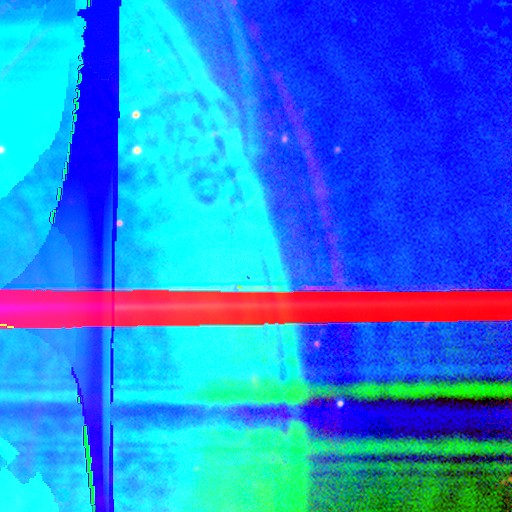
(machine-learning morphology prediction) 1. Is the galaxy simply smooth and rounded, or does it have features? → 88% star or artifact, 7% featured or disk, 5% smooth.